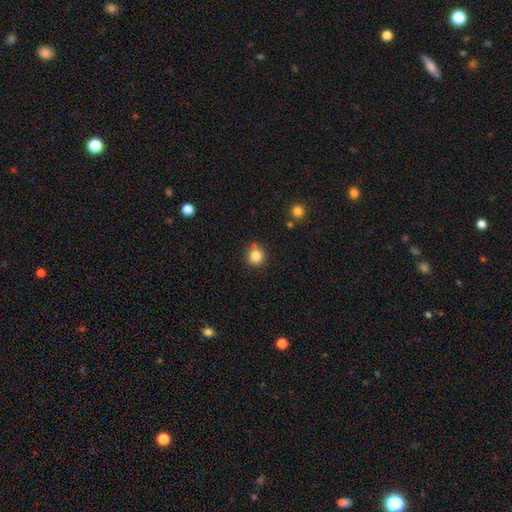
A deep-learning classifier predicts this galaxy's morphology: Q: Smooth or featured?
A: smooth (83%); runner-up: star or artifact (11%)
Q: How rounded?
A: round (88%); runner-up: in between (11%)
Q: Merging?
A: none (81%); runner-up: minor disturbance (13%)